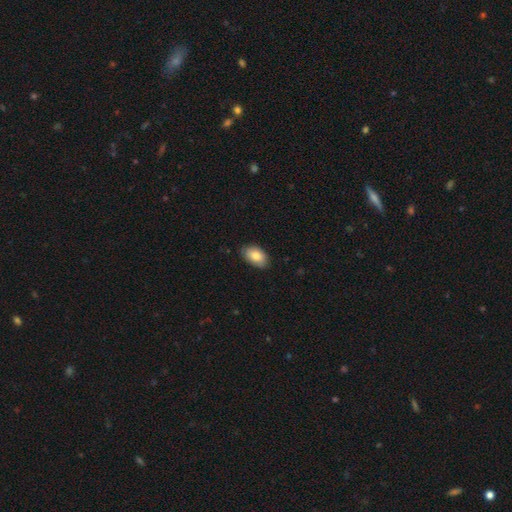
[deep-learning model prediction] A smooth galaxy with no disk features (83%) that is in between round and cigar-shaped (91%).

Vote fractions:
- Smooth or featured? smooth: 83% / featured or disk: 10% / star or artifact: 7%
- How rounded? in between: 91% / round: 8% / cigar-shaped: 1%
- Merging? none: 82% / minor disturbance: 15% / major disturbance: 2% / merger: 1%